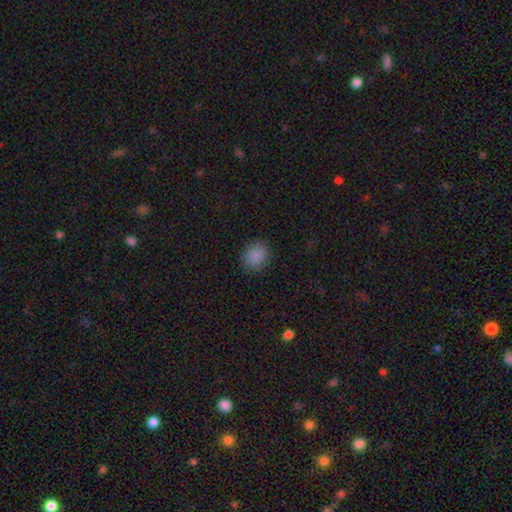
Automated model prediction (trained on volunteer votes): Smooth or featured? Predicted: smooth (p=0.87). How rounded? Predicted: round (p=0.70). Merging? Predicted: none (p=0.86).